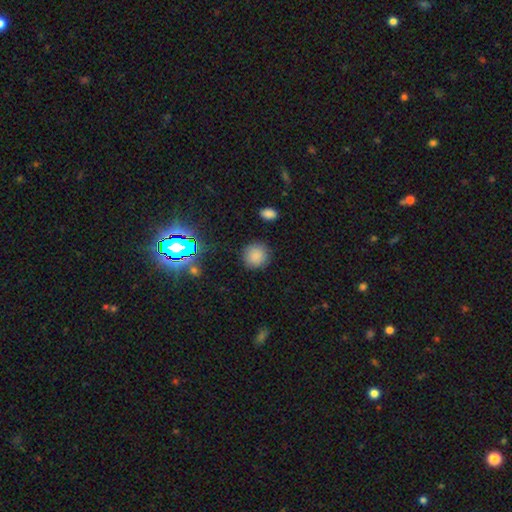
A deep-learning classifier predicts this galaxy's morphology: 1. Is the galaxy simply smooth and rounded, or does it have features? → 82% smooth, 14% star or artifact, 5% featured or disk.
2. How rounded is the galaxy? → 92% round, 7% in between, 1% cigar-shaped.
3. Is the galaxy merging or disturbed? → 87% none, 8% minor disturbance, 3% major disturbance, 2% merger.